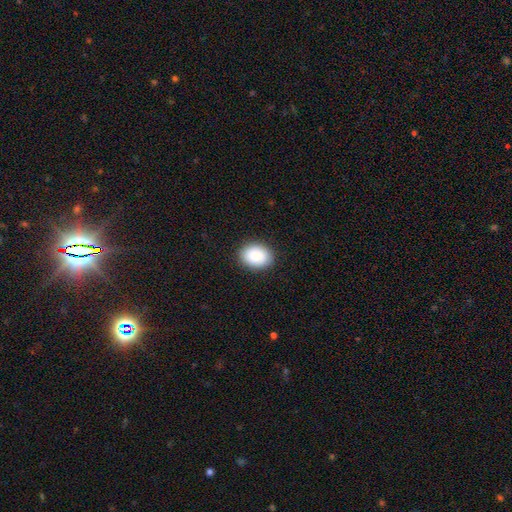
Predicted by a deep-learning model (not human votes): smooth_or_featured: smooth (p=0.90) [alt: star or artifact p=0.06]
how_rounded: in between (p=0.65) [alt: round p=0.34]
merging: none (p=0.88) [alt: minor disturbance p=0.09]